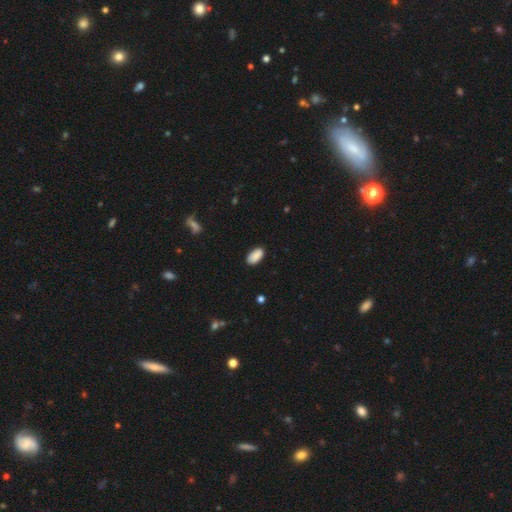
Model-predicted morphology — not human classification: Smooth or featured? Predicted: smooth (p=0.89). How rounded? Predicted: in between (p=0.94). Merging? Predicted: none (p=0.85).